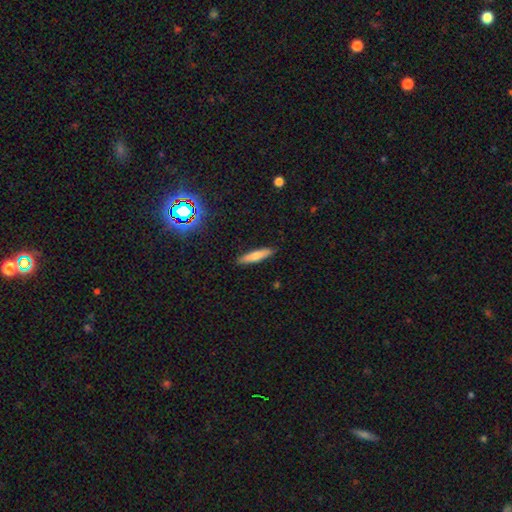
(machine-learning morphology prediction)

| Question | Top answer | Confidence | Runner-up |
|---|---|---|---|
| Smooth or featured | smooth | 70% | featured or disk (22%) |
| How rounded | cigar-shaped | 83% | in between (16%) |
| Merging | none | 89% | minor disturbance (8%) |